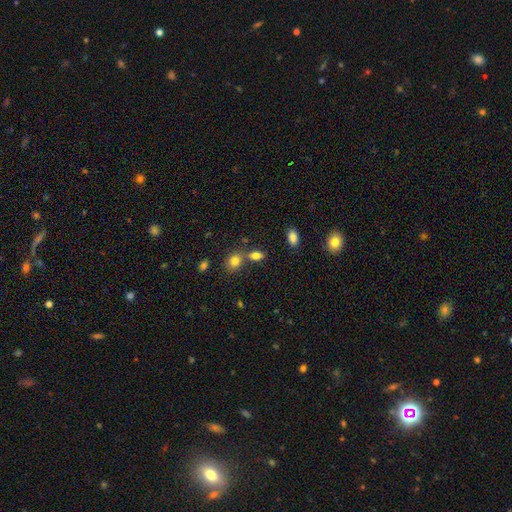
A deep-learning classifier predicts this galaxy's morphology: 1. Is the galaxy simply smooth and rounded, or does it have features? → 81% smooth, 11% star or artifact, 8% featured or disk.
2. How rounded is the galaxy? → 76% in between, 19% round, 5% cigar-shaped.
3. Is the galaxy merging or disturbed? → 56% none, 29% merger, 11% minor disturbance, 4% major disturbance.